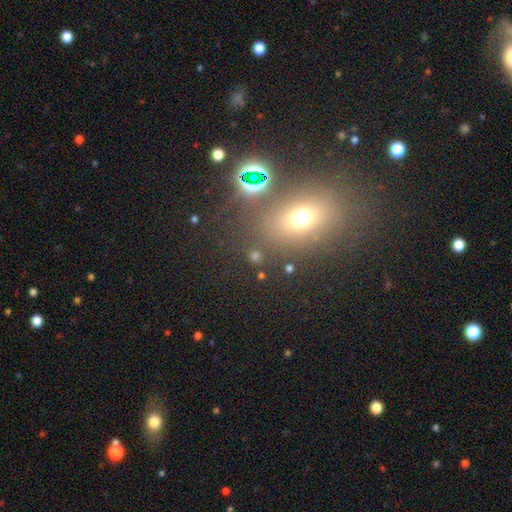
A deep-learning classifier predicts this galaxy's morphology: Smooth or featured? star or artifact (46%)